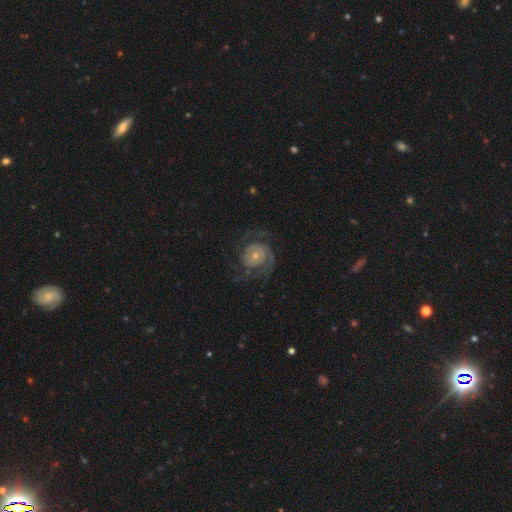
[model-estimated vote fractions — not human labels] smooth-or-featured: featured or disk: 83% | smooth: 12% | star or artifact: 5%
  disk-edge-on: no: 98% | yes: 2%
    bar: no: 76% | weak: 19% | strong: 5%
    has-spiral-arms: yes: 94% | no: 6%
      spiral-winding: medium: 43% | tight: 39% | loose: 19%
      spiral-arm-count: 2: 75% | can't tell: 8% | 3: 7% | 1: 5% | 4: 2% | more than 4: 2%
    bulge-size: small: 59% | moderate: 34% | large: 4% | none: 2% | dominant: 1%
  merging: none: 65% | major disturbance: 18% | minor disturbance: 15% | merger: 1%